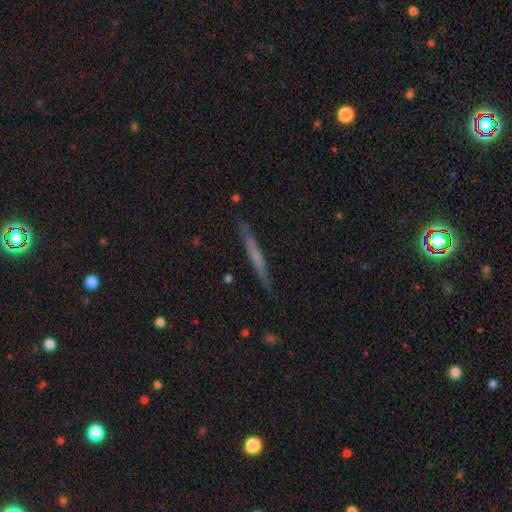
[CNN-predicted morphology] featured or disk 52%, smooth 40%, star or artifact 7%. Down the decision tree: edge-on disk — yes (96%); edge-on bulge — none (77%); merging — none (88%).